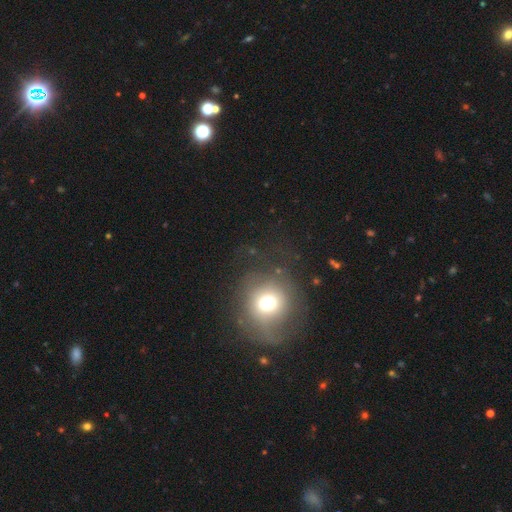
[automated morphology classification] Overall: smooth (51%; featured or disk 27%). How rounded: round (83%). Merging: none (69%).